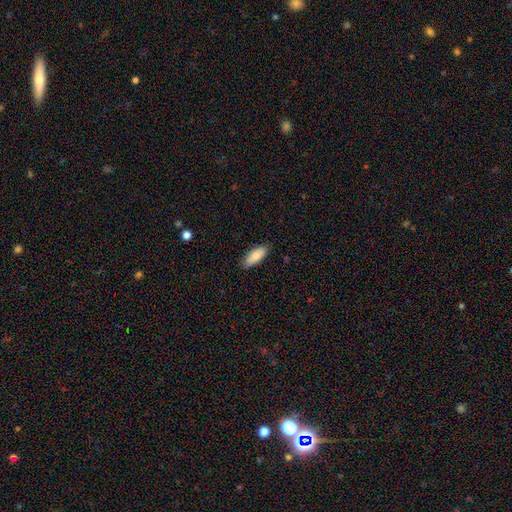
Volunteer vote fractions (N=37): Smooth or featured? 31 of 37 (84%) said smooth. How rounded? 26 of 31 (84%) said in between. Merging? 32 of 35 (91%) said none.